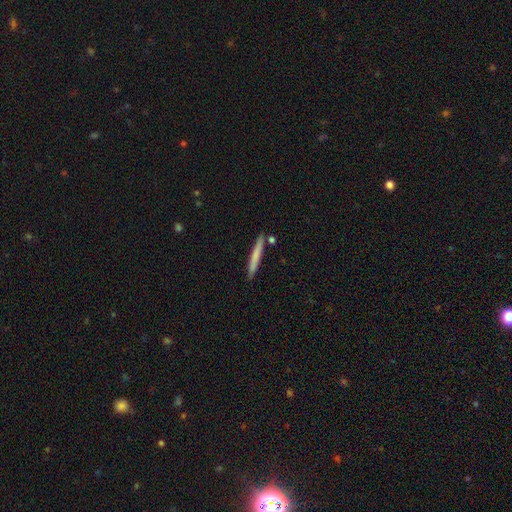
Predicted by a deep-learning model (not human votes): This is likely a smooth galaxy (69%). How rounded: clearly cigar-shaped (96%). Merging: clearly none (85%).